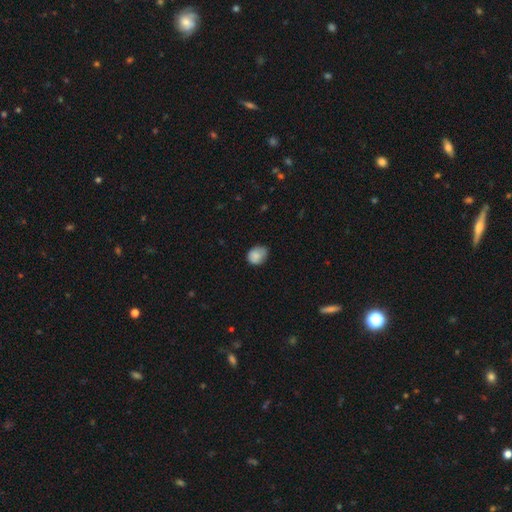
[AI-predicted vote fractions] Q: Smooth or featured?
A: smooth (85%); runner-up: star or artifact (8%)
Q: How rounded?
A: round (50%); runner-up: in between (49%)
Q: Merging?
A: none (57%); runner-up: minor disturbance (35%)